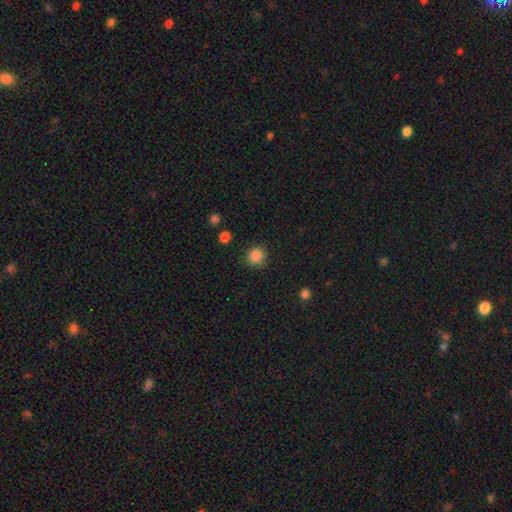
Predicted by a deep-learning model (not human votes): This is clearly a smooth galaxy (86%). How rounded: clearly round (91%). Merging: clearly none (88%).